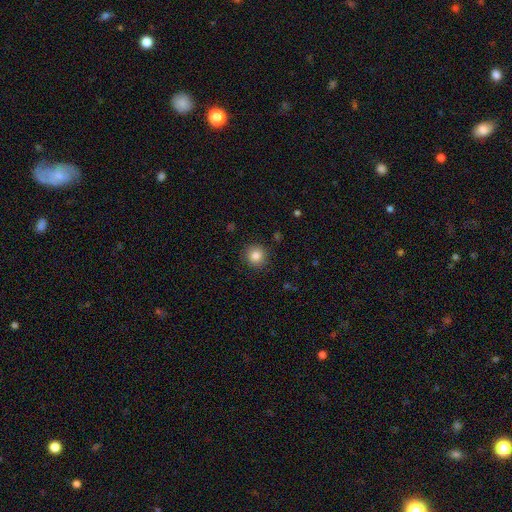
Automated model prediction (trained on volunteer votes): Morphology: type=smooth (85%); roundness=round (93%); merging=none (89%).